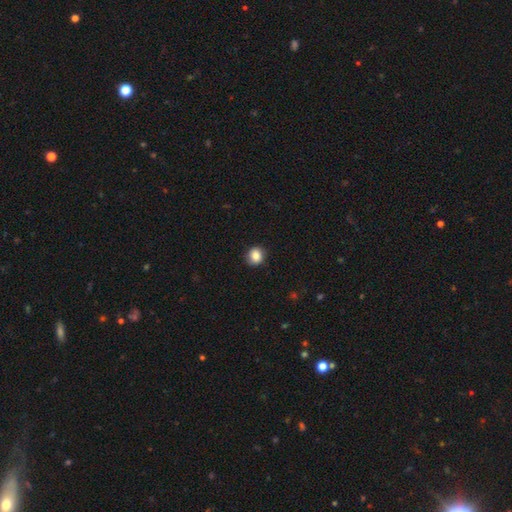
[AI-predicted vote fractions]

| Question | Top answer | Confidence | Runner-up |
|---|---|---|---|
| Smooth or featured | smooth | 84% | star or artifact (10%) |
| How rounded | round | 85% | in between (14%) |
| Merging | none | 88% | minor disturbance (9%) |